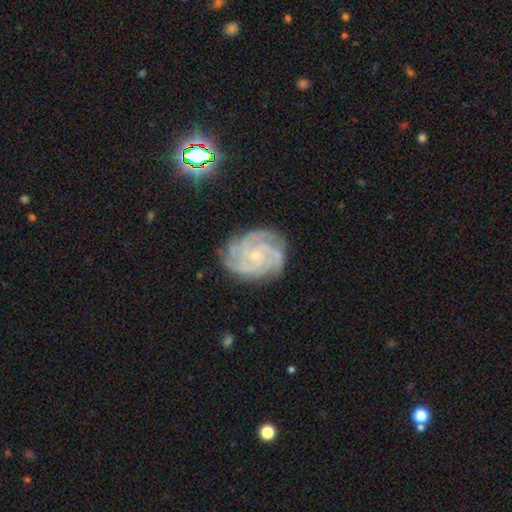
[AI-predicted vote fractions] smooth_or_featured: featured or disk (p=0.86) [alt: star or artifact p=0.07]
disk_edge_on: no (p=0.98) [alt: yes p=0.02]
bar: no (p=0.76) [alt: weak p=0.19]
has_spiral_arms: yes (p=0.98) [alt: no p=0.02]
spiral_winding: tight (p=0.72) [alt: medium p=0.24]
spiral_arm_count: 4 (p=0.35) [alt: 3 p=0.22]
bulge_size: small (p=0.78) [alt: moderate p=0.19]
merging: none (p=0.78) [alt: minor disturbance p=0.16]